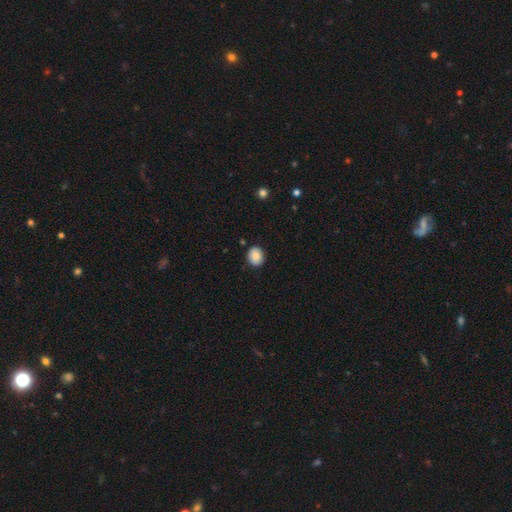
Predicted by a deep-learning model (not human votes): The model was most divided on "how rounded": round: 78%, in between: 21%, cigar-shaped: 1%. More confident: merging — none (89%); smooth or featured — smooth (80%).